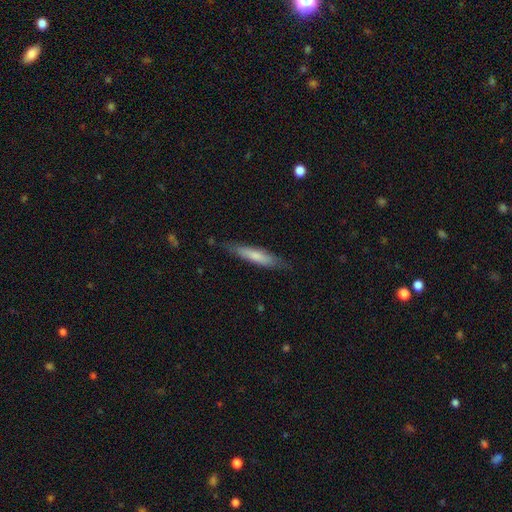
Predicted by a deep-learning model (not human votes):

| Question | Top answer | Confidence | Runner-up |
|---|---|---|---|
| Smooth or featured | smooth | 68% | featured or disk (26%) |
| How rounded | cigar-shaped | 86% | in between (13%) |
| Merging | none | 80% | minor disturbance (16%) |